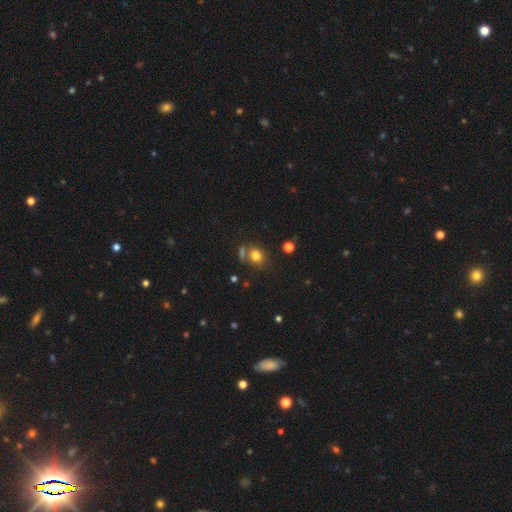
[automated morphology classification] Q: Smooth or featured?
A: smooth (78%); runner-up: star or artifact (14%)
Q: How rounded?
A: round (61%); runner-up: in between (38%)
Q: Merging?
A: none (62%); runner-up: merger (19%)